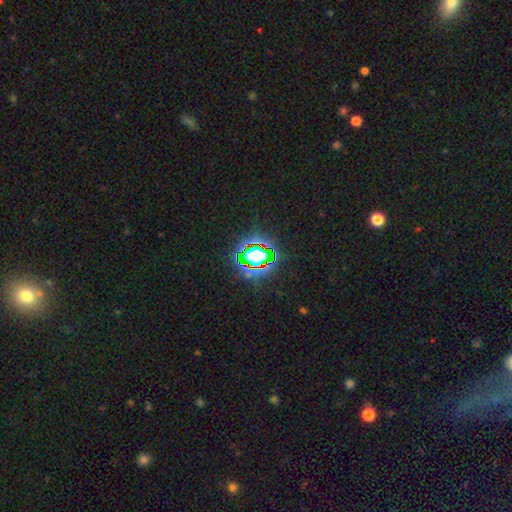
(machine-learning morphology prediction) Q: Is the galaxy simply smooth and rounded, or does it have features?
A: star or artifact — 73%.